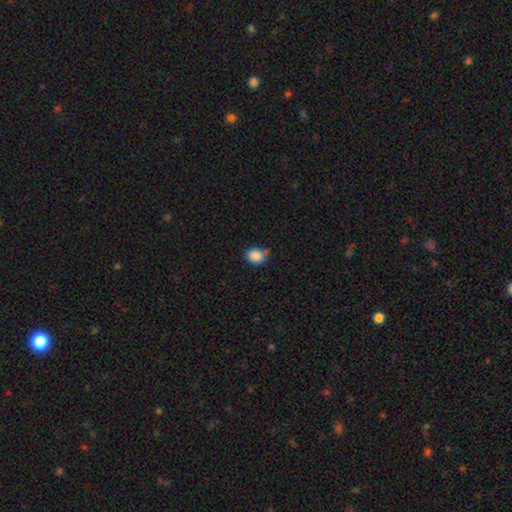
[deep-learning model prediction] Smooth or featured? smooth (87%)
How rounded? round (64%)
Merging? none (69%)